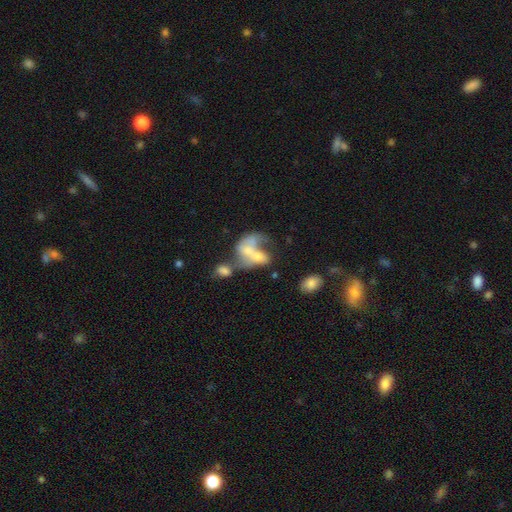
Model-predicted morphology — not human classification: The model was most divided on "bulge size": small: 32%, moderate: 31%, none: 29%, large: 6%, dominant: 2%. More confident: edge-on disk — no (96%); bar — no (70%); merging — merger (57%); spiral arms — no (56%); smooth or featured — featured or disk (56%).